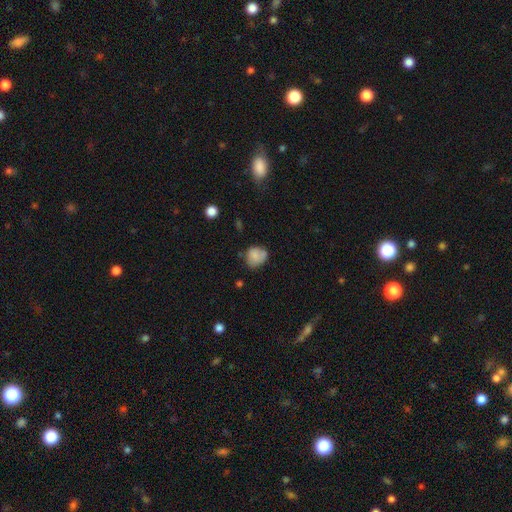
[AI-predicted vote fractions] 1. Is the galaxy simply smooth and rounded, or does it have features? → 78% smooth, 13% featured or disk, 10% star or artifact.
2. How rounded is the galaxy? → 67% round, 32% in between, 1% cigar-shaped.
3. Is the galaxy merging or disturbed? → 53% none, 31% minor disturbance, 9% major disturbance, 7% merger.